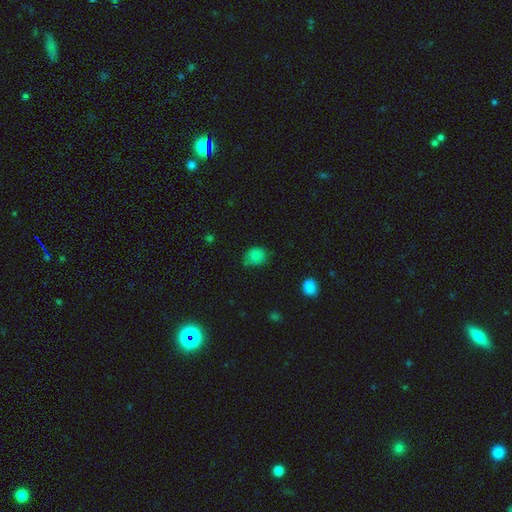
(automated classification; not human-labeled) Smooth or featured?
  - smooth: 81% *
  - star or artifact: 11%
  - featured or disk: 8%
How rounded?
  - round: 68% *
  - in between: 31%
  - cigar-shaped: 1%
Merging?
  - none: 60% *
  - minor disturbance: 31%
  - major disturbance: 6%
  - merger: 3%